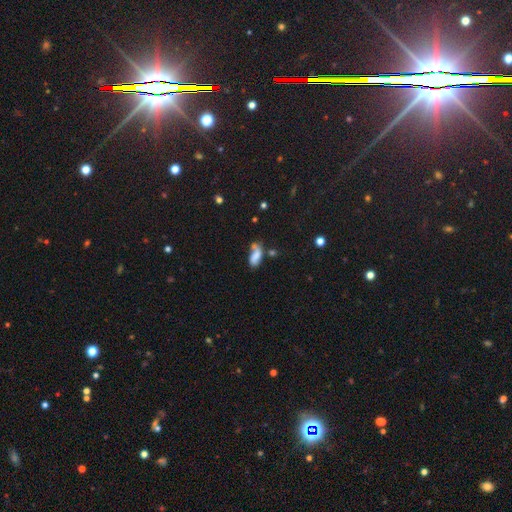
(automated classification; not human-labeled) smooth-or-featured: smooth: 69% | featured or disk: 20% | star or artifact: 11%
  how-rounded: in between: 82% | cigar-shaped: 14% | round: 4%
  merging: none: 35% | minor disturbance: 24% | merger: 23% | major disturbance: 18%